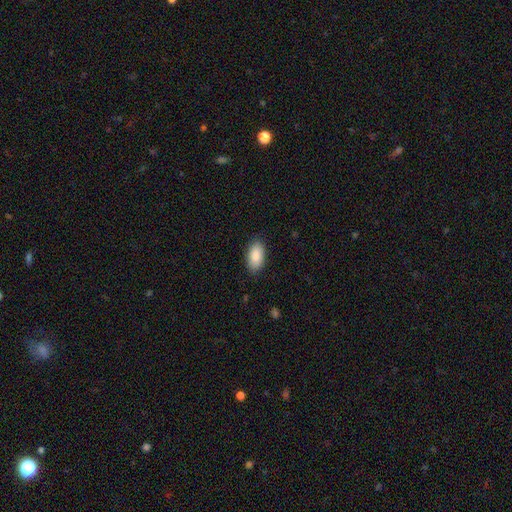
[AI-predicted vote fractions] Smooth or featured?
  - smooth: 89% *
  - star or artifact: 6%
  - featured or disk: 5%
How rounded?
  - in between: 95% *
  - cigar-shaped: 3%
  - round: 3%
Merging?
  - none: 87% *
  - minor disturbance: 10%
  - major disturbance: 2%
  - merger: 1%